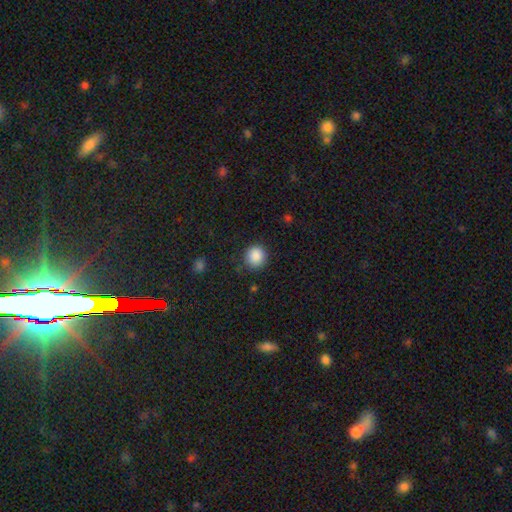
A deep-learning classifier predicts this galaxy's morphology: Smooth or featured? Predicted: smooth (p=0.88). How rounded? Predicted: round (p=0.90). Merging? Predicted: none (p=0.86).